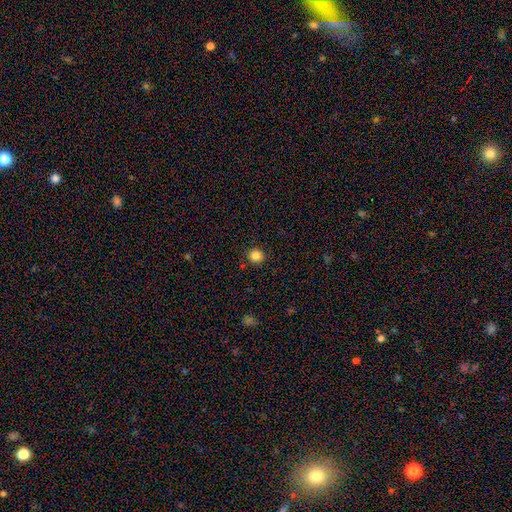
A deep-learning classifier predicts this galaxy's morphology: Smooth or featured: smooth — 84% (star or artifact — 12%)
How rounded: round — 92% (in between — 7%)
Merging: none — 90% (minor disturbance — 6%)